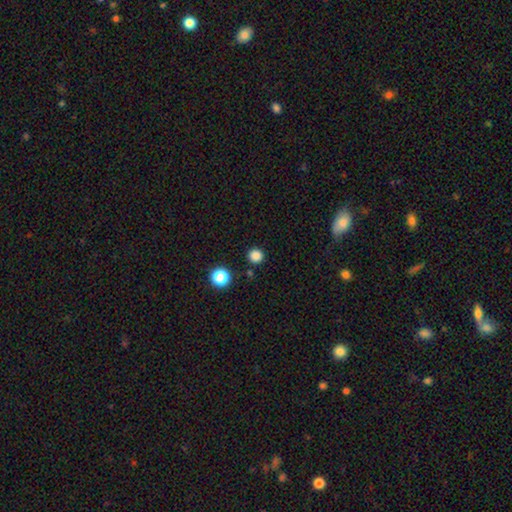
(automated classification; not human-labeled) This is clearly a smooth galaxy (84%). How rounded: clearly round (94%). Merging: clearly none (90%).